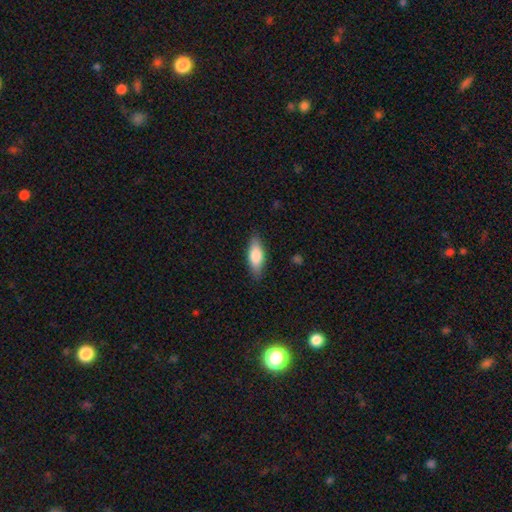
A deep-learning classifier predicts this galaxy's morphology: This is likely a smooth galaxy (78%). How rounded: likely in between (70%). Merging: clearly none (86%).